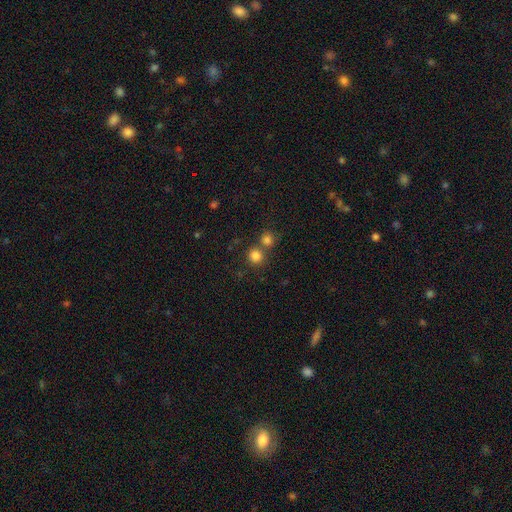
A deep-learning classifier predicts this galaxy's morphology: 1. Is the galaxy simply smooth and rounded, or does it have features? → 81% smooth, 13% star or artifact, 6% featured or disk.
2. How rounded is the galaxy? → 90% round, 9% in between, 1% cigar-shaped.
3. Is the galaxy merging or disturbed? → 61% none, 30% merger, 6% minor disturbance, 3% major disturbance.